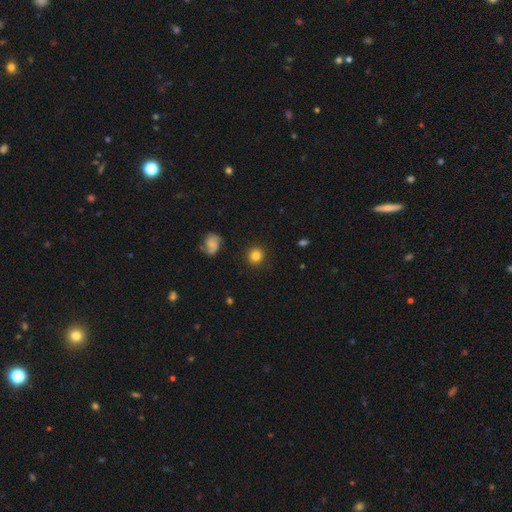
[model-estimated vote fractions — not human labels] Q: Smooth or featured?
A: smooth (82%); runner-up: star or artifact (10%)
Q: How rounded?
A: round (91%); runner-up: in between (8%)
Q: Merging?
A: none (89%); runner-up: minor disturbance (7%)